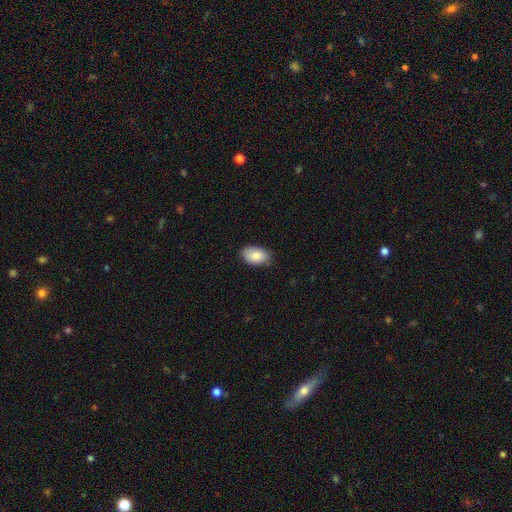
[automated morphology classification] Smooth or featured? smooth (84%)
How rounded? in between (92%)
Merging? none (82%)